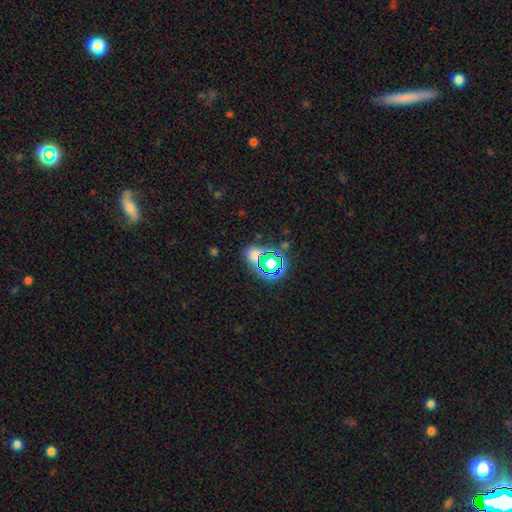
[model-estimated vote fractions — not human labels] Smooth or featured? star or artifact (53%)